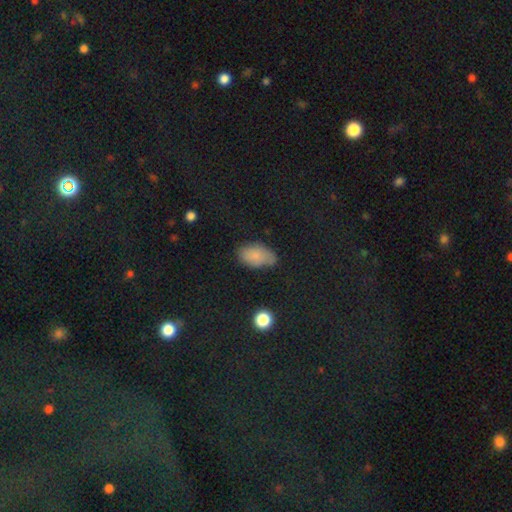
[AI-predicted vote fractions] smooth-or-featured: smooth: 80% | star or artifact: 11% | featured or disk: 9%
  how-rounded: in between: 92% | round: 6% | cigar-shaped: 2%
  merging: none: 60% | minor disturbance: 30% | major disturbance: 7% | merger: 3%